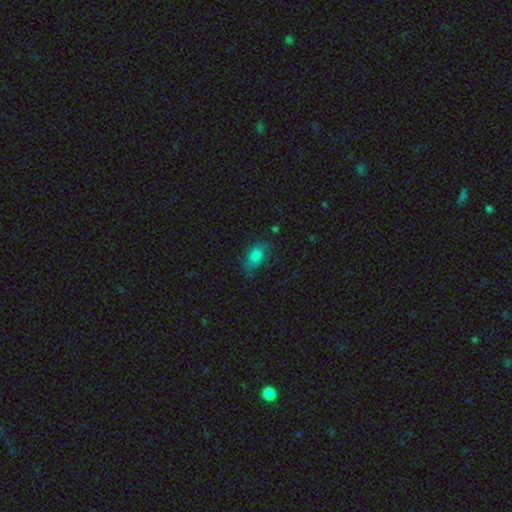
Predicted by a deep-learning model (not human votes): Smooth or featured: smooth — 77% (featured or disk — 13%)
How rounded: in between — 88% (round — 8%)
Merging: none — 63% (minor disturbance — 27%)